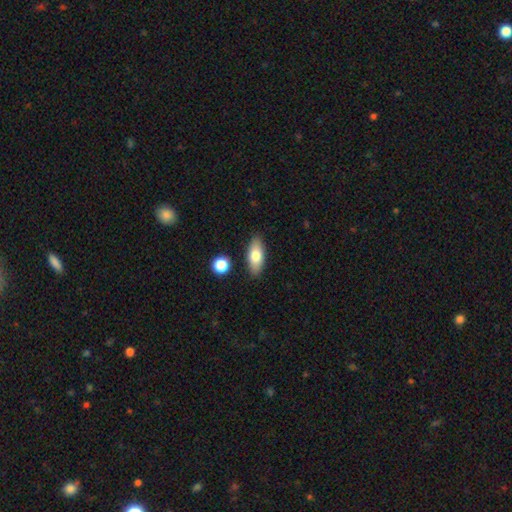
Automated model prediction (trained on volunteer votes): The model was most divided on "smooth or featured": smooth: 77%, featured or disk: 16%, star or artifact: 7%. More confident: merging — none (86%); how rounded — in between (82%).